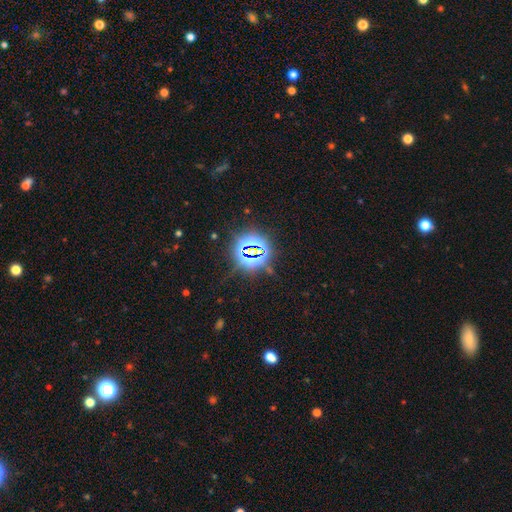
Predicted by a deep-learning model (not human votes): Overall: star or artifact (80%).